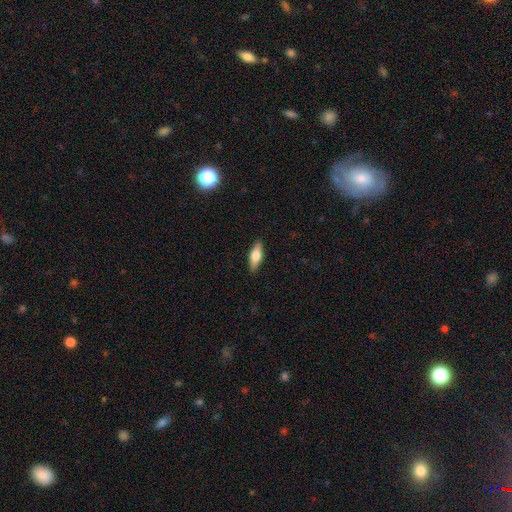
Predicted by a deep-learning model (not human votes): smooth-or-featured: smooth: 62% | featured or disk: 32% | star or artifact: 6%
  how-rounded: in between: 61% | cigar-shaped: 36% | round: 3%
  merging: none: 89% | minor disturbance: 8% | major disturbance: 2% | merger: 1%